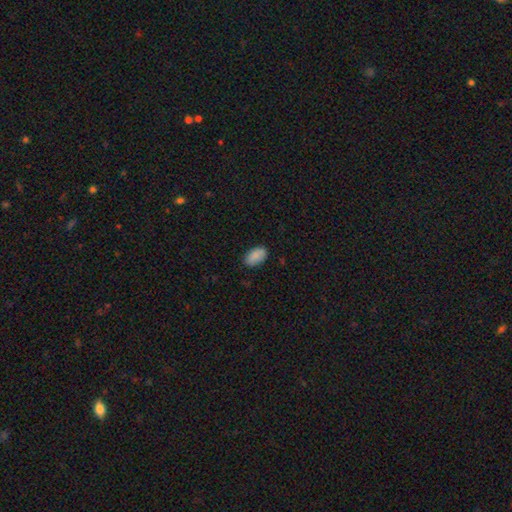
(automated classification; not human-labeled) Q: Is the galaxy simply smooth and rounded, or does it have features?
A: smooth — 88%.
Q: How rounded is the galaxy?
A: in between — 94%.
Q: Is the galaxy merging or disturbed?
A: none — 84%.